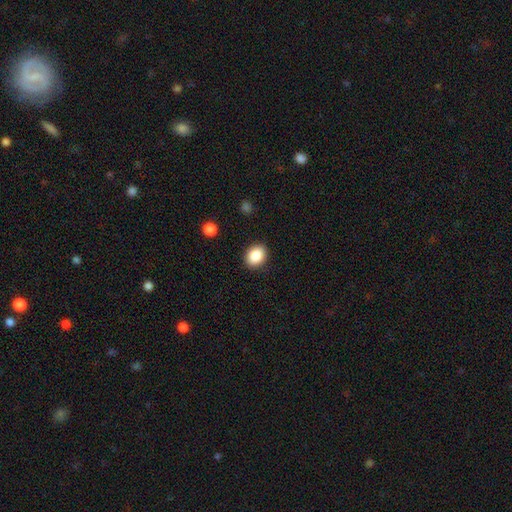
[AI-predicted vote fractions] Smooth or featured: smooth — 87% (star or artifact — 8%)
How rounded: in between — 61% (round — 39%)
Merging: none — 89% (minor disturbance — 8%)